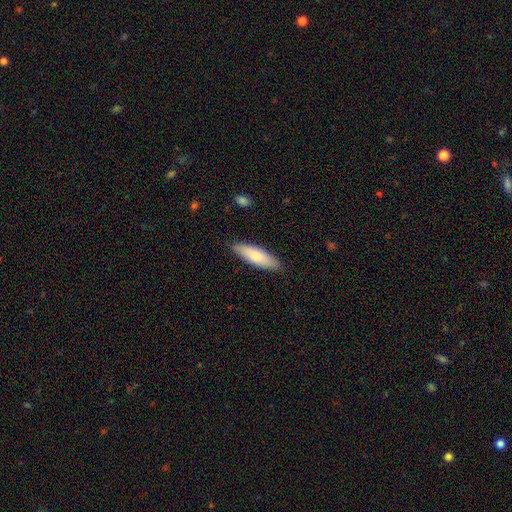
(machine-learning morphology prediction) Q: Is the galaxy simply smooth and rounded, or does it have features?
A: smooth — 75%.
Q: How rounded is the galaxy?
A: in between — 50%.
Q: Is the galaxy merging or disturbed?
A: none — 86%.